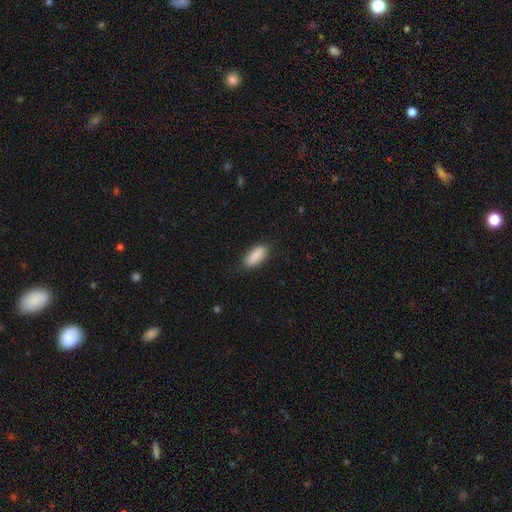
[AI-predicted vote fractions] This appears to be a smooth galaxy with no disk features (88%) that is in between round and cigar-shaped (81%). Merging: none (83%).